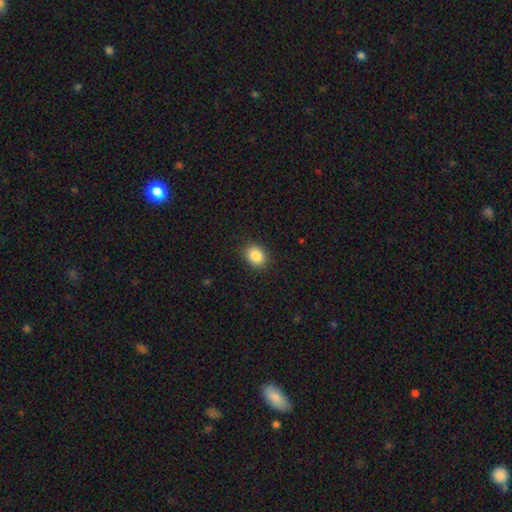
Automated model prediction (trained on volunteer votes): A smooth galaxy with no disk features (86%) that is round (51%). Merging: none (89%).